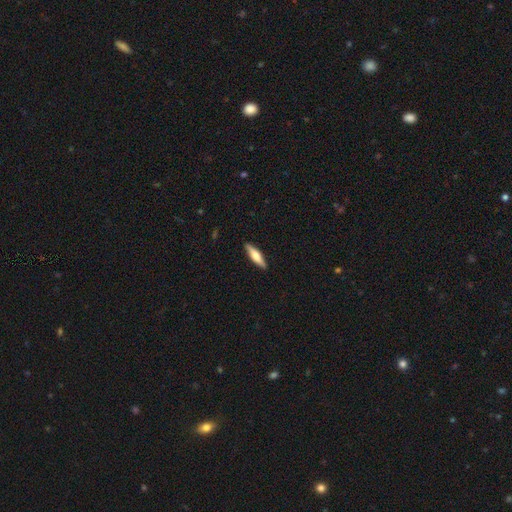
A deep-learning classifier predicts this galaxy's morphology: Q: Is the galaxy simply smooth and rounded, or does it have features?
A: smooth — 57%.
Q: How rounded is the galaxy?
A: cigar-shaped — 71%.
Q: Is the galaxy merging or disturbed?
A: none — 89%.